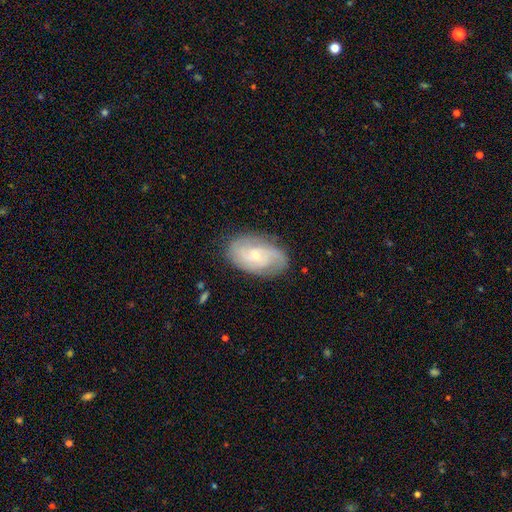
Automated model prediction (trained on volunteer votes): This appears to be a featured or disk galaxy (72%) with no bar (65%), 2 (44%) tight (50%) spiral arms (91%) and a small central bulge (72%). Merging: none (78%).